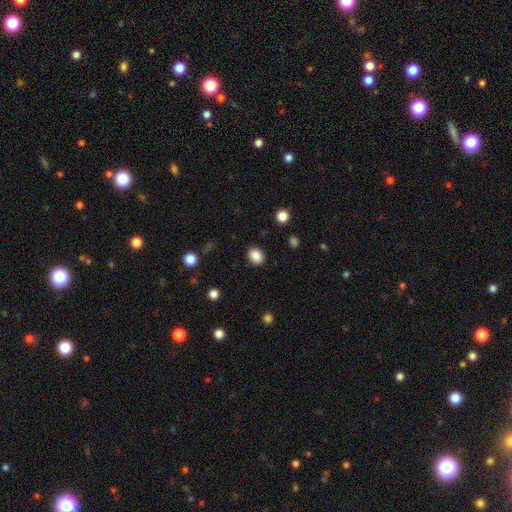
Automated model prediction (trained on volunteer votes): A smooth galaxy with no disk features (87%) that is round (58%). Merging: none (89%).